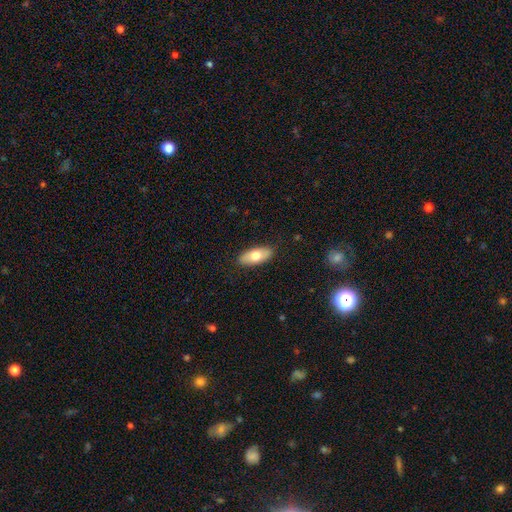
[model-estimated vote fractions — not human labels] Overall: smooth (72%). How rounded: in between (87%). Merging: none (88%).